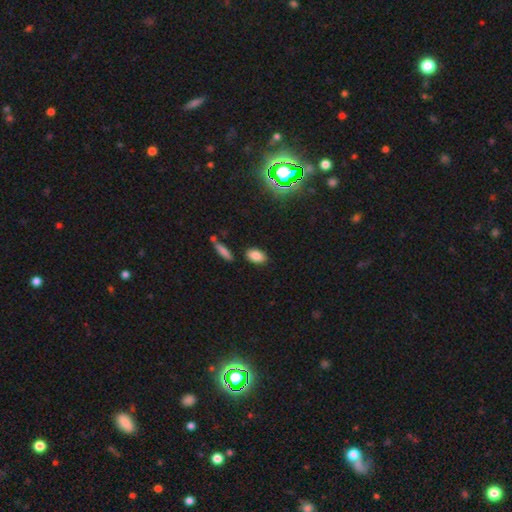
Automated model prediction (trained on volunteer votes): Morphology: type=smooth (83%); roundness=in between (89%); merging=none (84%).